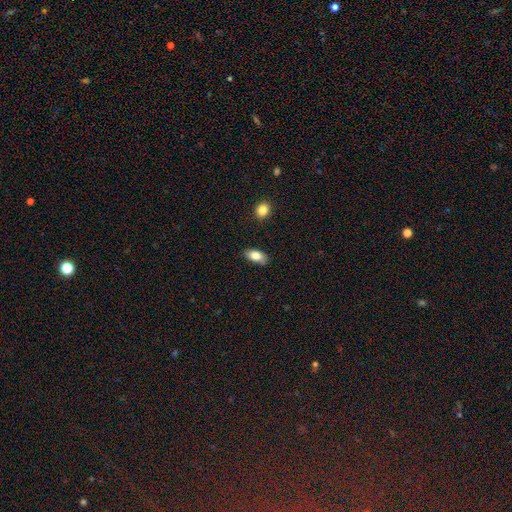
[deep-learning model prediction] smooth_or_featured: smooth (p=0.81) [alt: featured or disk p=0.11]
how_rounded: in between (p=0.90) [alt: cigar-shaped p=0.06]
merging: none (p=0.78) [alt: minor disturbance p=0.17]